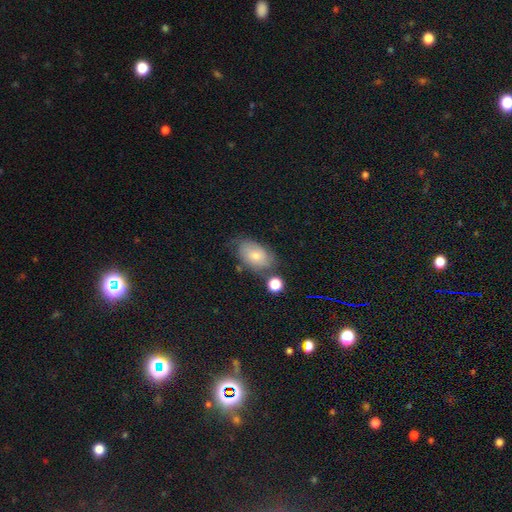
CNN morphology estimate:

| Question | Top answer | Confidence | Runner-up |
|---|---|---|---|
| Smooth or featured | smooth | 67% | featured or disk (24%) |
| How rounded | in between | 88% | round (11%) |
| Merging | none | 57% | minor disturbance (25%) |